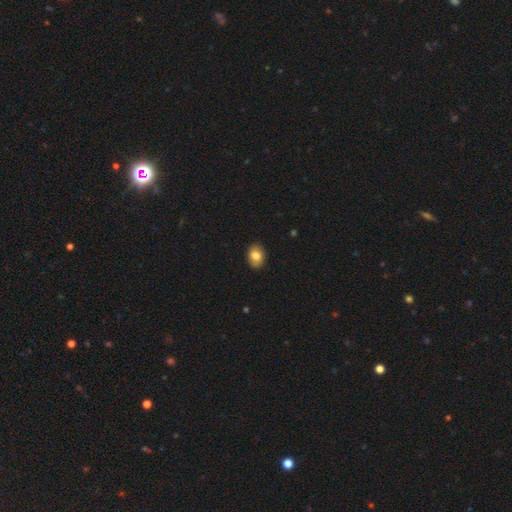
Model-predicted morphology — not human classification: smooth-or-featured: smooth: 82% | featured or disk: 10% | star or artifact: 8%
  how-rounded: in between: 73% | round: 25% | cigar-shaped: 1%
  merging: none: 88% | minor disturbance: 9% | major disturbance: 2% | merger: 1%